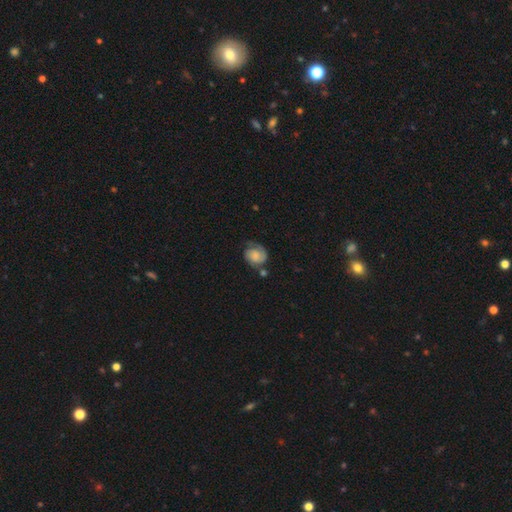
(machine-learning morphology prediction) The model was most divided on "bulge size": small: 43%, moderate: 28%, none: 19%, large: 8%, dominant: 3%. More confident: edge-on disk — no (98%); spiral arms — yes (90%); bar — no (75%); smooth or featured — featured or disk (56%); merging — none (51%).